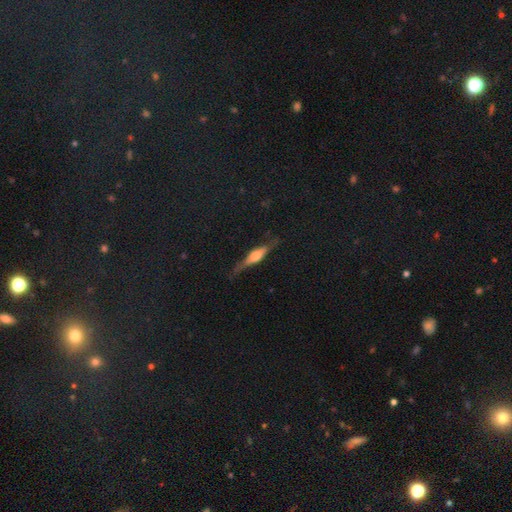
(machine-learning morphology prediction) This appears to be a featured or disk galaxy (65%) viewed edge-on (95%) with a rounded central bulge (78%). Merging: none (77%).